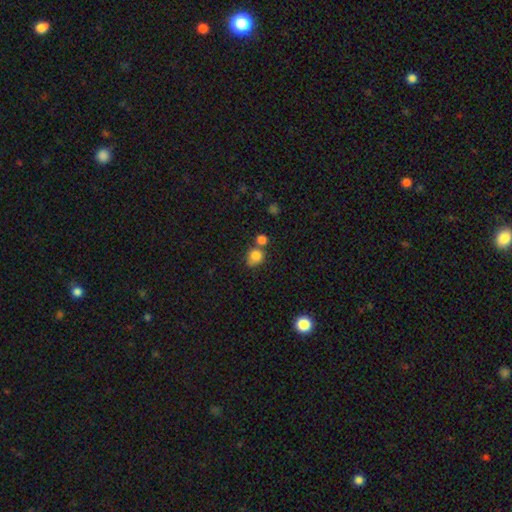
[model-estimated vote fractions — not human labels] smooth-or-featured: smooth: 83% | star or artifact: 10% | featured or disk: 6%
  how-rounded: round: 79% | in between: 20% | cigar-shaped: 1%
  merging: none: 51% | merger: 29% | minor disturbance: 15% | major disturbance: 6%